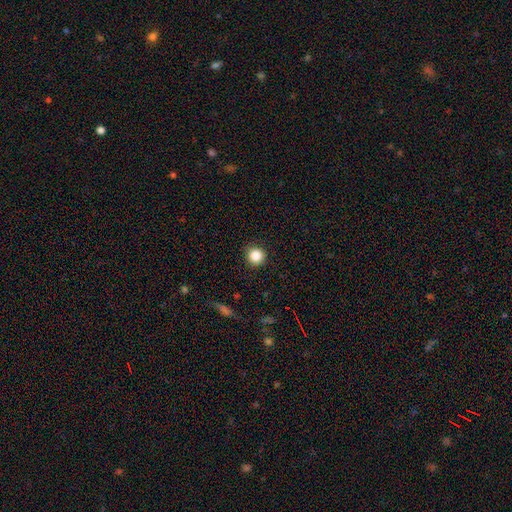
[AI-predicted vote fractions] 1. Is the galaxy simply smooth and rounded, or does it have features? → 86% smooth, 11% star or artifact, 4% featured or disk.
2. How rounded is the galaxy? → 94% round, 5% in between, 1% cigar-shaped.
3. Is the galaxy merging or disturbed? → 90% none, 7% minor disturbance, 2% major disturbance, 1% merger.